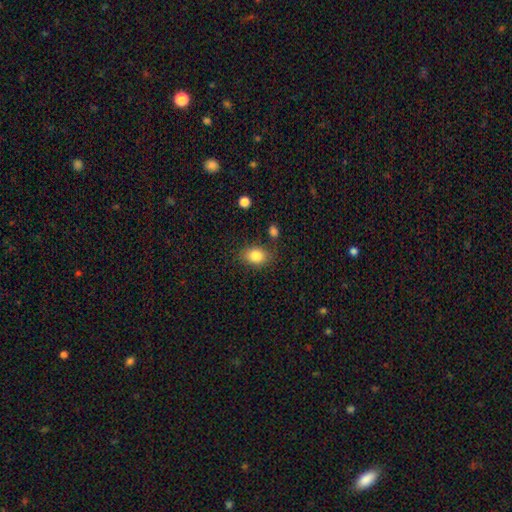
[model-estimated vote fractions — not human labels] A smooth galaxy with no disk features (84%) that is in between round and cigar-shaped (74%). Merging: none (79%).